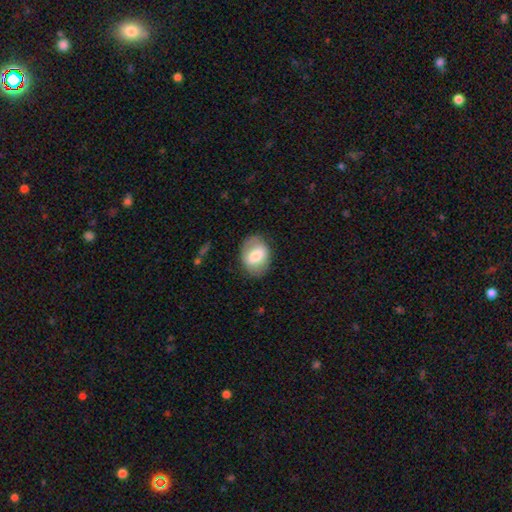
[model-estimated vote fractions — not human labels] smooth_or_featured: smooth (p=0.67) [alt: featured or disk p=0.26]
how_rounded: in between (p=0.69) [alt: round p=0.30]
merging: none (p=0.77) [alt: minor disturbance p=0.16]